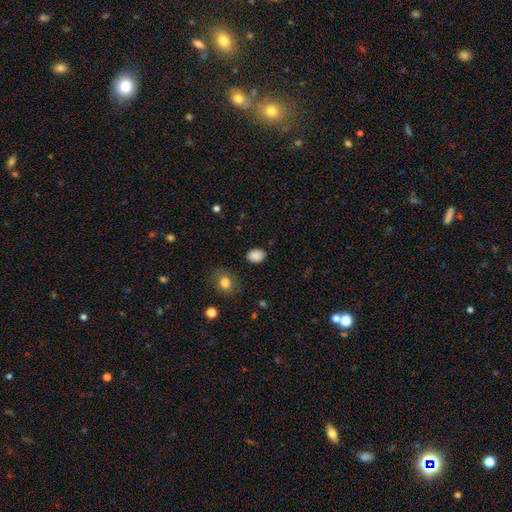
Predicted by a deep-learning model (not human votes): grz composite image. It shows a smooth galaxy with no disk features (87%) that is in between round and cigar-shaped (65%). Merging: none (86%).